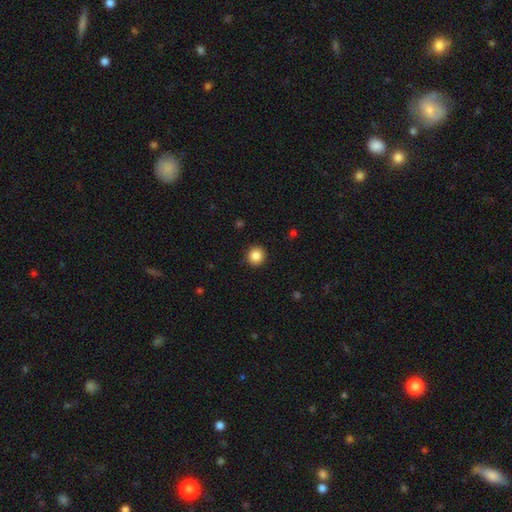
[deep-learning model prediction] A smooth galaxy with no disk features (86%) that is round (94%). Merging: none (92%).